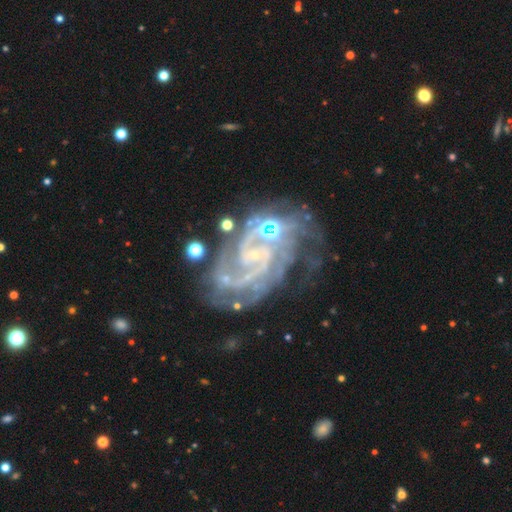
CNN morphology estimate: Smooth or featured: featured or disk — 89% (star or artifact — 7%)
Edge-on disk: no — 98% (yes — 2%)
Bar: no — 50% (weak — 37%)
Spiral arms: yes — 97% (no — 3%)
Spiral winding: tight — 51% (medium — 40%)
Spiral arm count: 2 — 33% (3 — 23%)
Bulge size: small — 66% (none — 21%)
Merging: none — 54% (minor disturbance — 20%)